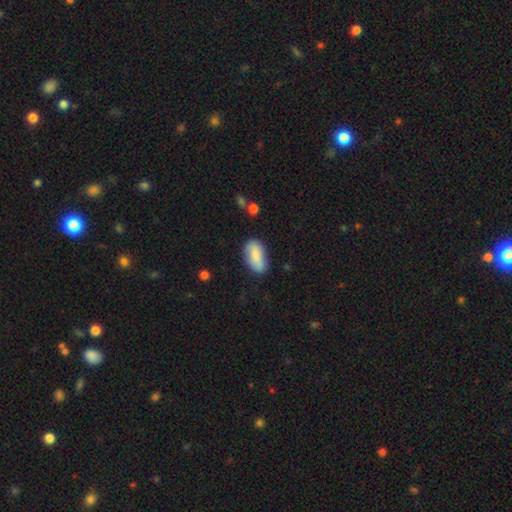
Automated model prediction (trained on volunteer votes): smooth 79%, featured or disk 14%, star or artifact 6%. Down the decision tree: how rounded — in between (90%); merging — none (73%).